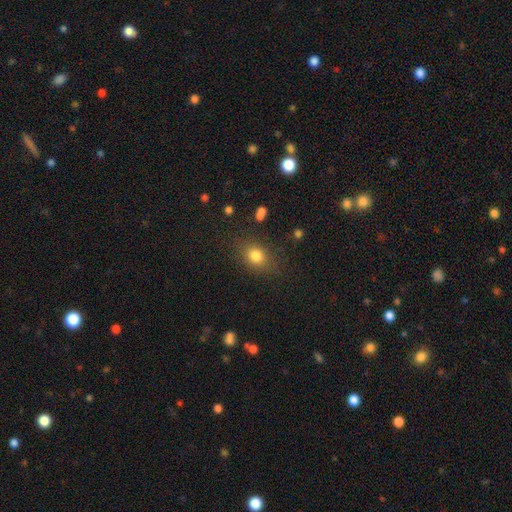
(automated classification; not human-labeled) Smooth or featured? smooth (80%)
How rounded? in between (54%)
Merging? none (78%)